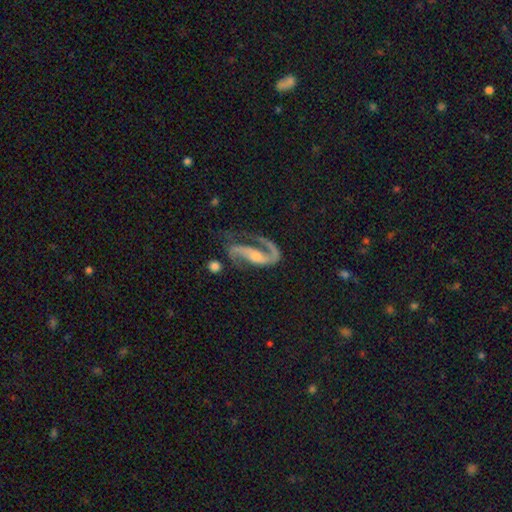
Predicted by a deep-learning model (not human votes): A featured or disk galaxy (89%) with no bar (37%), 2 (80%) medium (49%) spiral arms (97%) and a small central bulge (45%). Merging: none (52%).